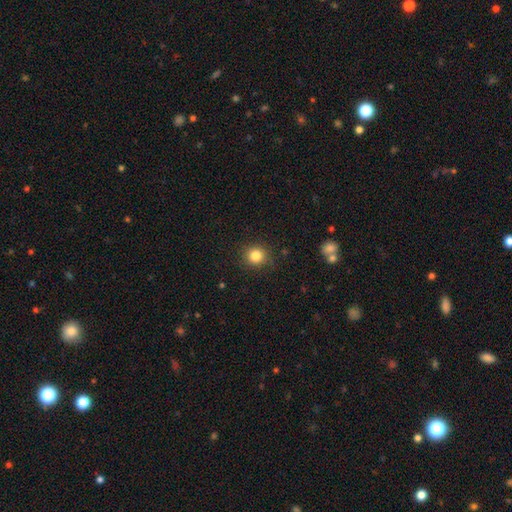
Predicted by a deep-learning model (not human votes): smooth_or_featured: smooth (p=0.83) [alt: star or artifact p=0.12]
how_rounded: round (p=0.90) [alt: in between p=0.09]
merging: none (p=0.88) [alt: minor disturbance p=0.08]